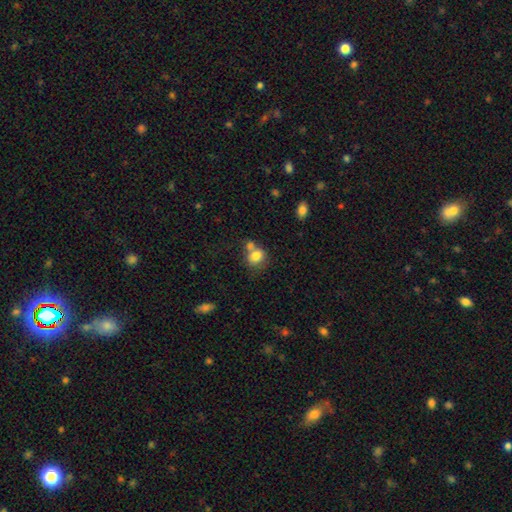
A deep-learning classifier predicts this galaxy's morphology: Q: Smooth or featured?
A: smooth (79%); runner-up: featured or disk (11%)
Q: How rounded?
A: round (54%); runner-up: in between (45%)
Q: Merging?
A: merger (41%); runner-up: none (39%)